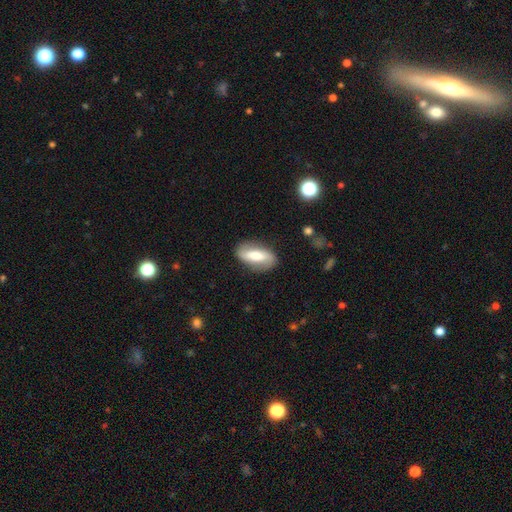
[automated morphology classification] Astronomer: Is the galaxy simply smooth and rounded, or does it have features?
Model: featured or disk — 51% (runner-up: smooth, 43%).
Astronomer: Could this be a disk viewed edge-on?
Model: no — 86%.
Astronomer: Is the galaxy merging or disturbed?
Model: none — 83%.